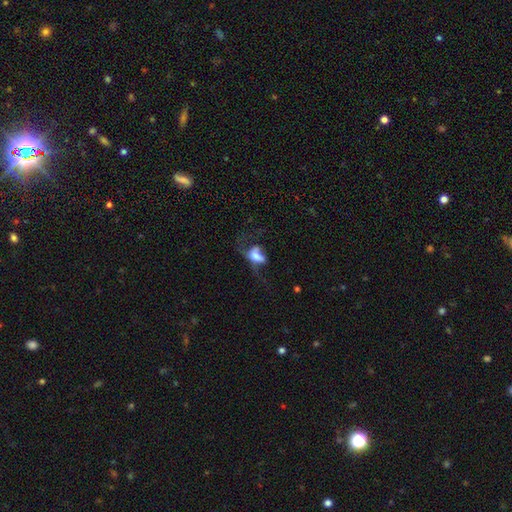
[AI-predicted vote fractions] Q: Smooth or featured?
A: smooth (48%); runner-up: featured or disk (40%)
Q: Merging?
A: major disturbance (56%); runner-up: none (19%)